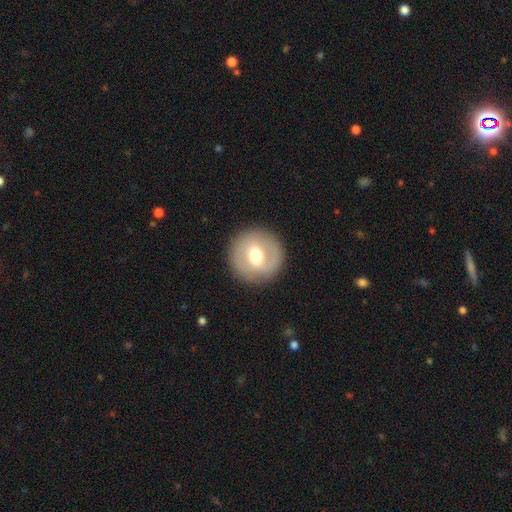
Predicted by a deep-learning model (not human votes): A featured or disk galaxy (51%).

Vote fractions:
- Smooth or featured? featured or disk: 51% / smooth: 42% / star or artifact: 7%
- Edge-on disk? no: 95% / yes: 5%
- Merging? none: 88% / minor disturbance: 7% / major disturbance: 3% / merger: 1%